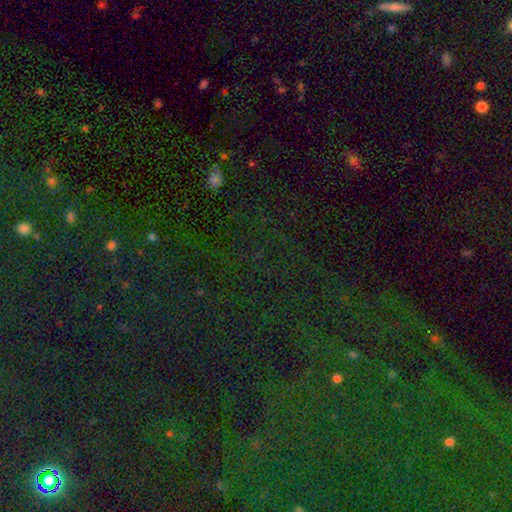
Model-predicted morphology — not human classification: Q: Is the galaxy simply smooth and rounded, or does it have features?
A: star or artifact — 79%.